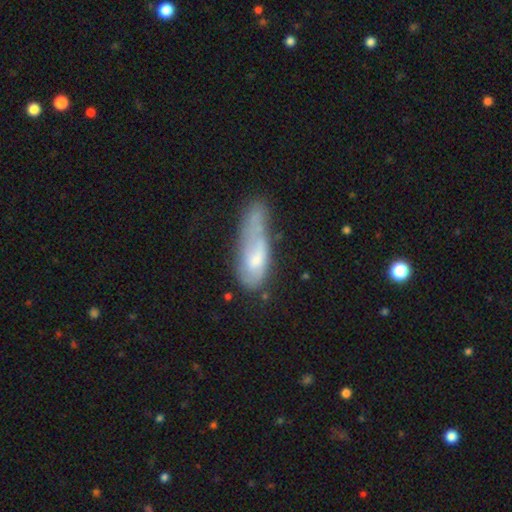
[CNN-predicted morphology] Smooth or featured? smooth (56%)
How rounded? in between (55%)
Merging? major disturbance (29%)